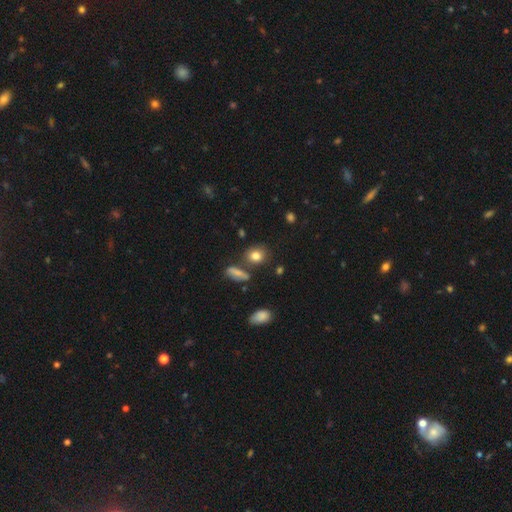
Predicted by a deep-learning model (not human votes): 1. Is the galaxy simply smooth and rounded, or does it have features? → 82% smooth, 10% star or artifact, 8% featured or disk.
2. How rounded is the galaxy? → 65% round, 33% in between, 2% cigar-shaped.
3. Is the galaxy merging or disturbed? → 76% none, 12% minor disturbance, 8% merger, 4% major disturbance.